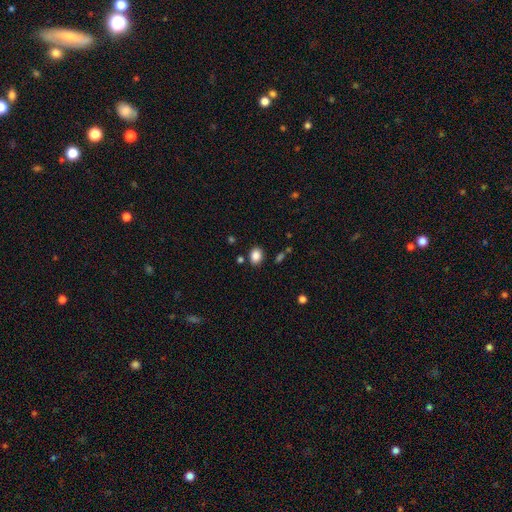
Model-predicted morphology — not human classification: smooth-or-featured: smooth: 86% | star or artifact: 10% | featured or disk: 4%
  how-rounded: in between: 61% | round: 38% | cigar-shaped: 1%
  merging: none: 83% | minor disturbance: 10% | merger: 4% | major disturbance: 3%